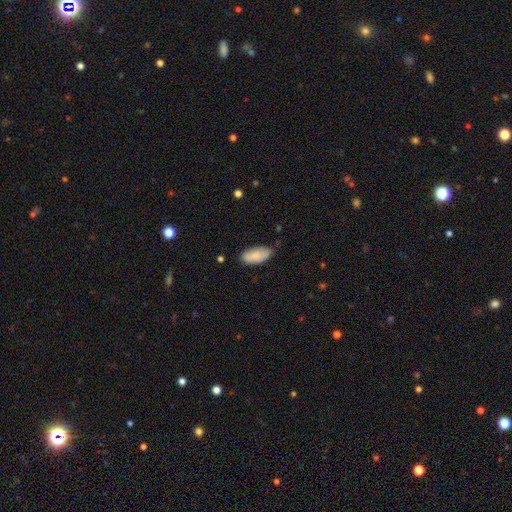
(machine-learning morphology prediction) This is clearly a smooth galaxy (83%). How rounded: clearly in between (92%). Merging: likely none (73%).